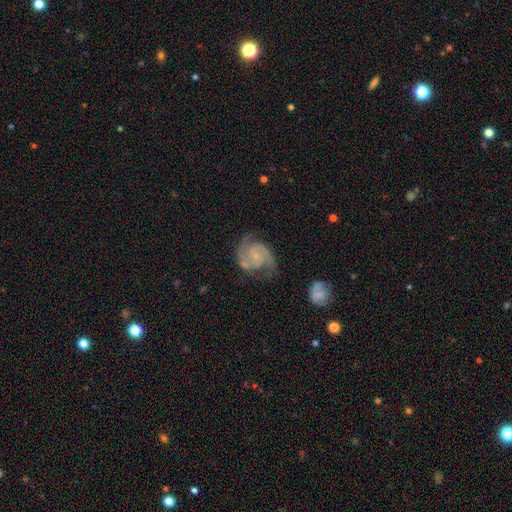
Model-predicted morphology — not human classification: smooth-or-featured: featured or disk: 88% | smooth: 7% | star or artifact: 5%
  disk-edge-on: no: 98% | yes: 2%
    bar: no: 66% | weak: 28% | strong: 5%
    has-spiral-arms: yes: 98% | no: 2%
      spiral-winding: medium: 51% | tight: 36% | loose: 13%
      spiral-arm-count: 2: 86% | 3: 5% | can't tell: 4% | 1: 2% | 4: 1% | more than 4: 1%
    bulge-size: small: 72% | moderate: 16% | none: 10% | large: 1% | dominant: 1%
  merging: none: 66% | minor disturbance: 21% | major disturbance: 9% | merger: 5%